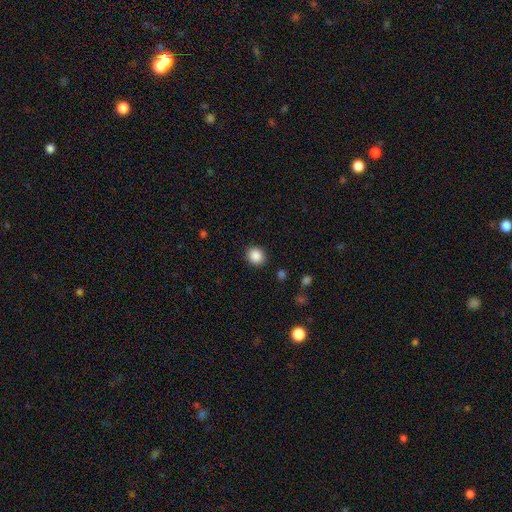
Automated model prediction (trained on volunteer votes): Smooth or featured? smooth (88%)
How rounded? round (77%)
Merging? none (89%)